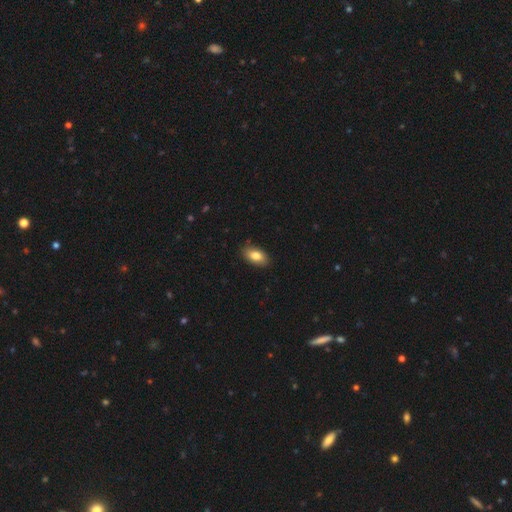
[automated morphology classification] smooth 83%, featured or disk 10%, star or artifact 7%. Down the decision tree: how rounded — in between (92%); merging — none (85%).